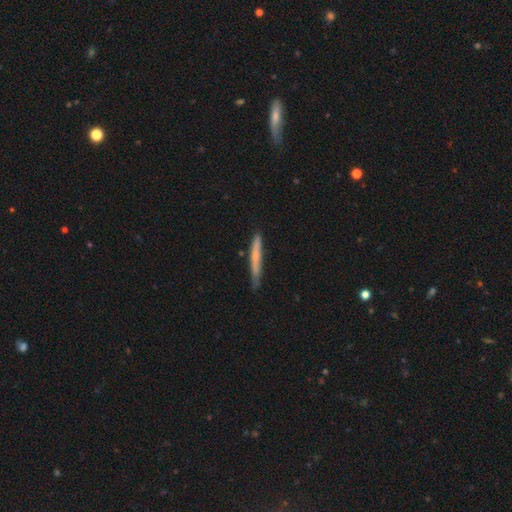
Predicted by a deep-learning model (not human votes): Q: Smooth or featured?
A: smooth (60%); runner-up: featured or disk (34%)
Q: How rounded?
A: cigar-shaped (96%); runner-up: in between (3%)
Q: Merging?
A: none (75%); runner-up: minor disturbance (20%)